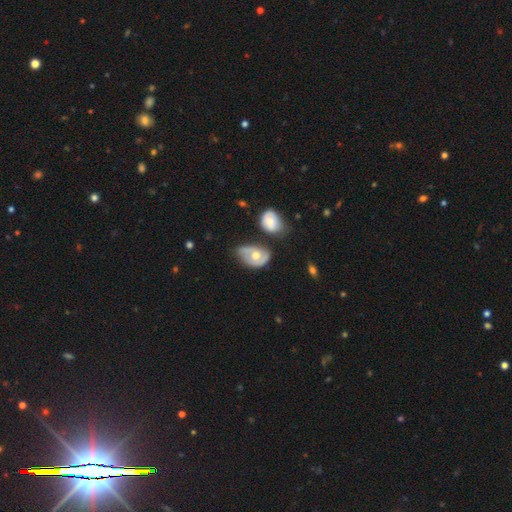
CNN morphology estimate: This is possibly a featured or disk galaxy (58%). It is clearly not viewed edge-on (96%). Bar: likely no (77%). Spiral arm pattern: likely yes (65%). Central bulge: likely moderate (77%). Merging: marginally none (34%, tied with minor disturbance).